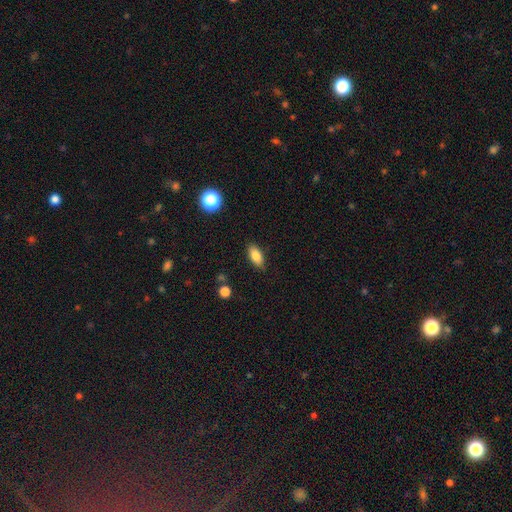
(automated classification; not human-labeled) Smooth or featured: smooth — 83% (featured or disk — 9%)
How rounded: in between — 88% (cigar-shaped — 9%)
Merging: none — 86% (minor disturbance — 11%)